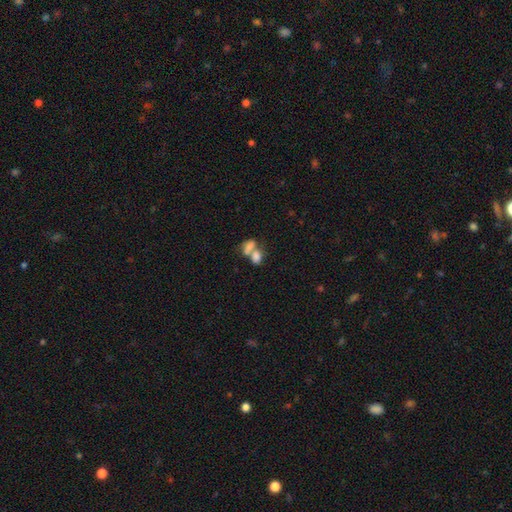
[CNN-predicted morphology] smooth_or_featured: smooth (p=0.74) [alt: featured or disk p=0.16]
how_rounded: in between (p=0.81) [alt: round p=0.17]
merging: merger (p=0.67) [alt: none p=0.20]